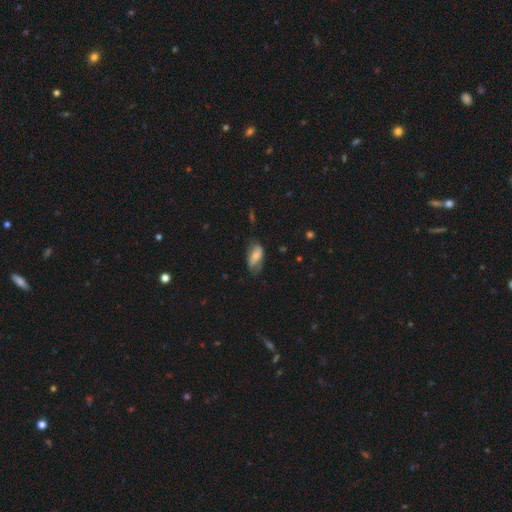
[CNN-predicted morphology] smooth 65%, featured or disk 28%, star or artifact 7%. Down the decision tree: how rounded — in between (89%); merging — none (54%).